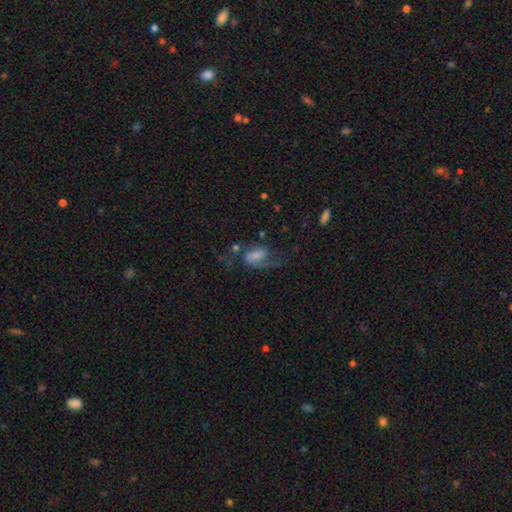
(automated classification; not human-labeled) A featured or disk galaxy (62%) with a weak bar (44%), 2 (66%) loose (52%) spiral arms (88%) and a moderate central bulge (27%, tied with small).

Vote fractions:
- Smooth or featured? featured or disk: 62% / smooth: 28% / star or artifact: 9%
- Edge-on disk? no: 96% / yes: 4%
- Bar? weak: 44% / no: 31% / strong: 25%
- Spiral arms? yes: 88% / no: 12%
- Spiral winding? loose: 52% / medium: 38% / tight: 10%
- Spiral arm count? 2: 66% / 1: 26% / can't tell: 5% / 3: 1% / 4: 1% / more than 4: 1%
- Bulge size? moderate: 27% (tied) / small: 27% (tied) / none: 24% / large: 18% / dominant: 4%
- Merging? none: 41% / major disturbance: 34% / minor disturbance: 20% / merger: 6%